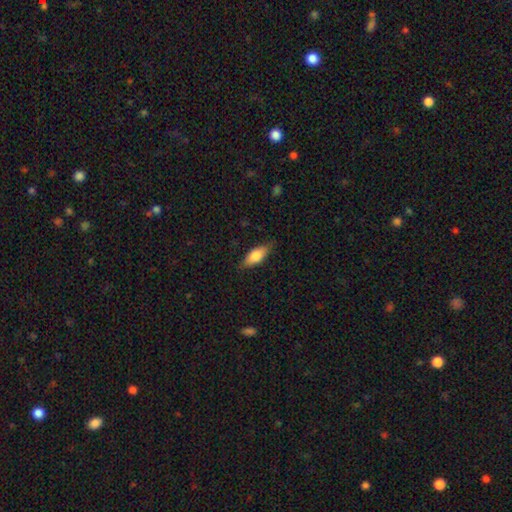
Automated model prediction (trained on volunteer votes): Smooth or featured?
  - smooth: 75% *
  - featured or disk: 19%
  - star or artifact: 6%
How rounded?
  - in between: 77% *
  - cigar-shaped: 21%
  - round: 3%
Merging?
  - none: 82% *
  - minor disturbance: 14%
  - major disturbance: 3%
  - merger: 1%